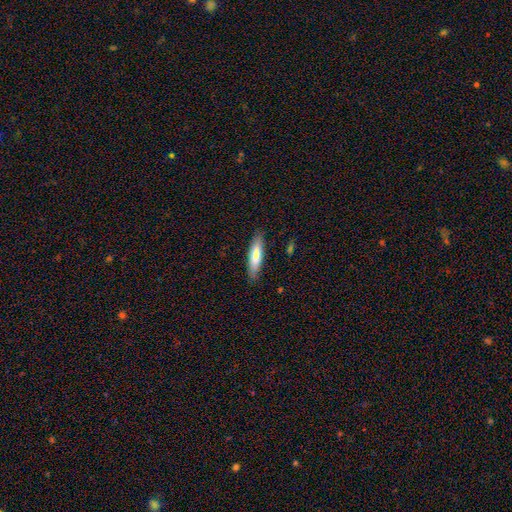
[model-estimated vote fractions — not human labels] The model was most divided on "how rounded": cigar-shaped: 74%, in between: 25%, round: 1%. More confident: merging — none (87%); smooth or featured — smooth (80%).